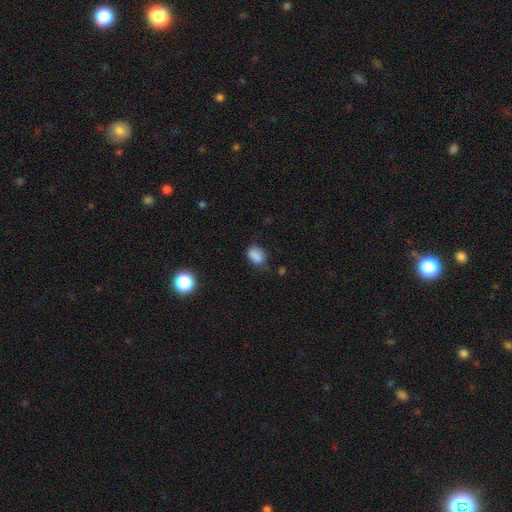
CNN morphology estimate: A smooth galaxy with no disk features (84%) that is in between round and cigar-shaped (72%).

Vote fractions:
- Smooth or featured? smooth: 84% / star or artifact: 11% / featured or disk: 5%
- How rounded? in between: 72% / round: 26% / cigar-shaped: 1%
- Merging? none: 60% / minor disturbance: 29% / major disturbance: 7% / merger: 3%